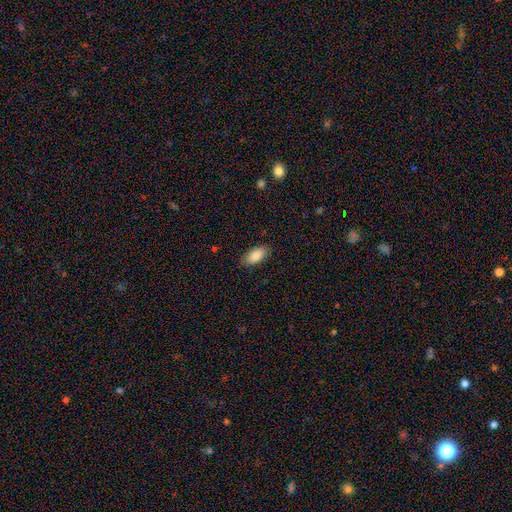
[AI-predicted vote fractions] Smooth or featured? smooth (87%)
How rounded? in between (93%)
Merging? none (86%)